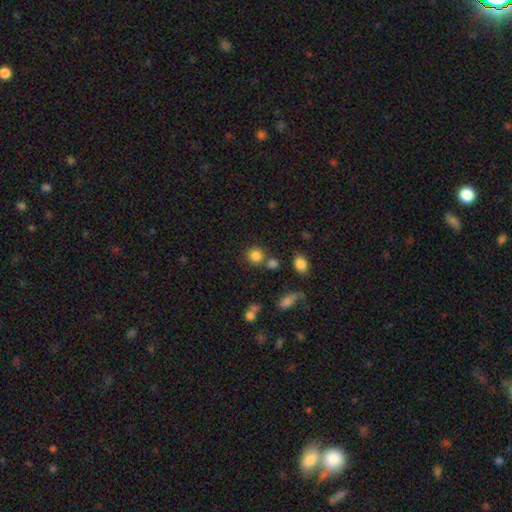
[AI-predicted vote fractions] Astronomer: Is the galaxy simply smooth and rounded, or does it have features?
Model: smooth — 82%.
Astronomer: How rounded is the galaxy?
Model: round — 88%.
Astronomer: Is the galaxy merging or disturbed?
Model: none — 69%.